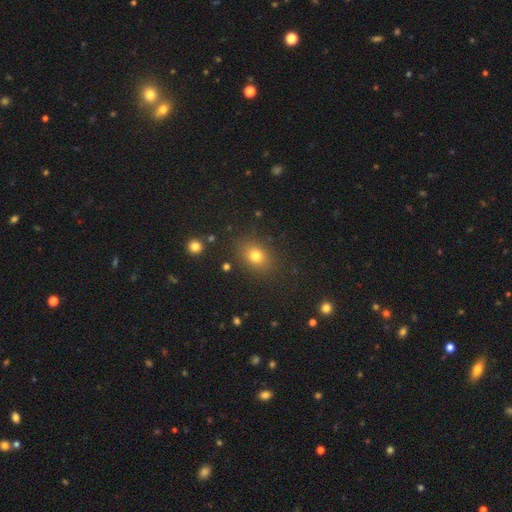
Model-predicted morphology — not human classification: A smooth galaxy with no disk features (76%) that is in between round and cigar-shaped (55%). Merging: none (85%).